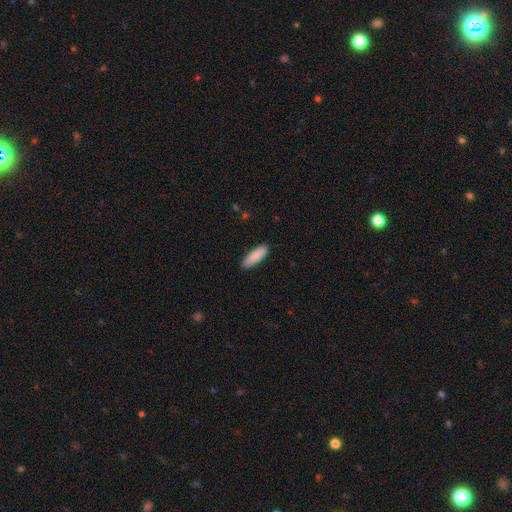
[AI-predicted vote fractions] smooth_or_featured: smooth (p=0.88) [alt: featured or disk p=0.06]
how_rounded: cigar-shaped (p=0.53) [alt: in between p=0.46]
merging: none (p=0.87) [alt: minor disturbance p=0.11]